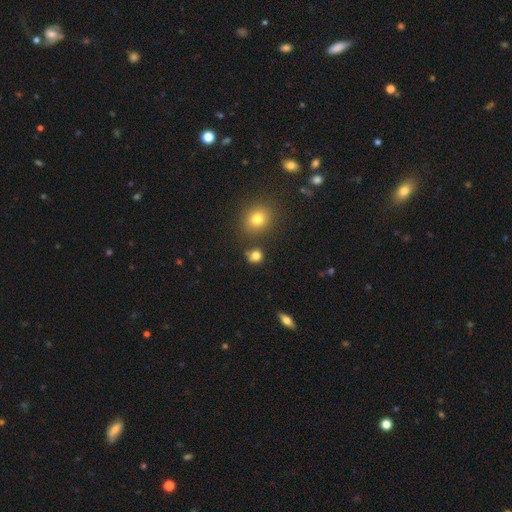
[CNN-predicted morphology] A smooth galaxy with no disk features (79%) that is round (77%).

Vote fractions:
- Smooth or featured? smooth: 79% / star or artifact: 15% / featured or disk: 6%
- How rounded? round: 77% / in between: 21% / cigar-shaped: 1%
- Merging? none: 71% / minor disturbance: 13% / merger: 11% / major disturbance: 5%